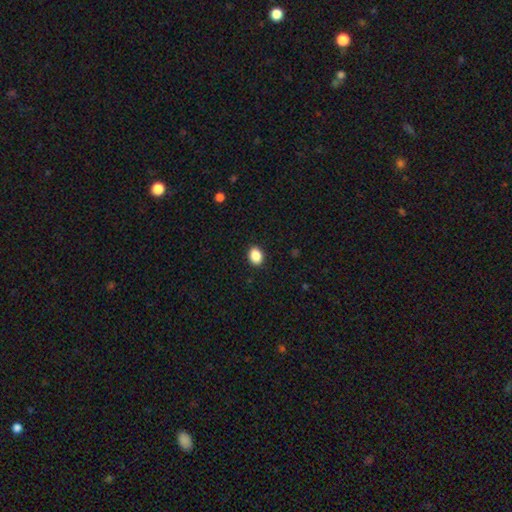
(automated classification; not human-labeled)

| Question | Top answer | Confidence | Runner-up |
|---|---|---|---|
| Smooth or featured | smooth | 89% | star or artifact (8%) |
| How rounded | in between | 62% | round (37%) |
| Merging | none | 90% | minor disturbance (7%) |